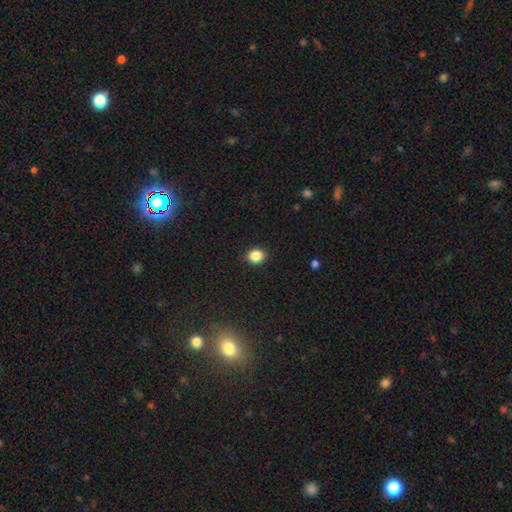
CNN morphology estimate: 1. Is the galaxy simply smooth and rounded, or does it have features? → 87% smooth, 10% star or artifact, 4% featured or disk.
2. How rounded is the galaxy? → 73% round, 26% in between, 1% cigar-shaped.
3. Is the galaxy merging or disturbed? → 91% none, 6% minor disturbance, 2% major disturbance, 1% merger.